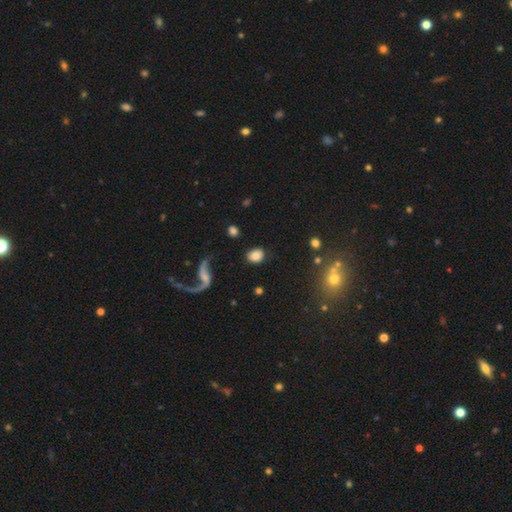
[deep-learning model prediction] Q: Smooth or featured?
A: smooth (75%); runner-up: featured or disk (16%)
Q: How rounded?
A: in between (52%); runner-up: round (46%)
Q: Merging?
A: none (77%); runner-up: minor disturbance (13%)